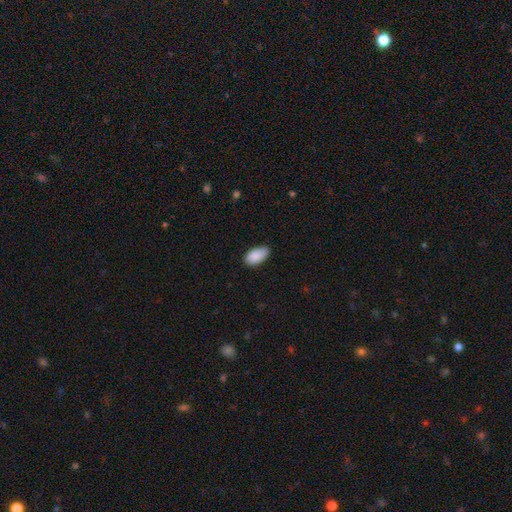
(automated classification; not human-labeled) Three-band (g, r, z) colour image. It shows a smooth galaxy with no disk features (89%) that is in between round and cigar-shaped (95%). Merging: none (78%).